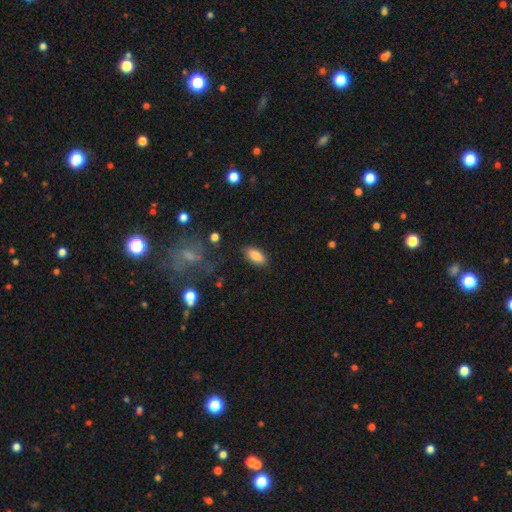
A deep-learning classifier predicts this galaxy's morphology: smooth-or-featured: smooth: 86% | star or artifact: 8% | featured or disk: 7%
  how-rounded: in between: 89% | cigar-shaped: 8% | round: 3%
  merging: none: 86% | minor disturbance: 10% | major disturbance: 3% | merger: 2%